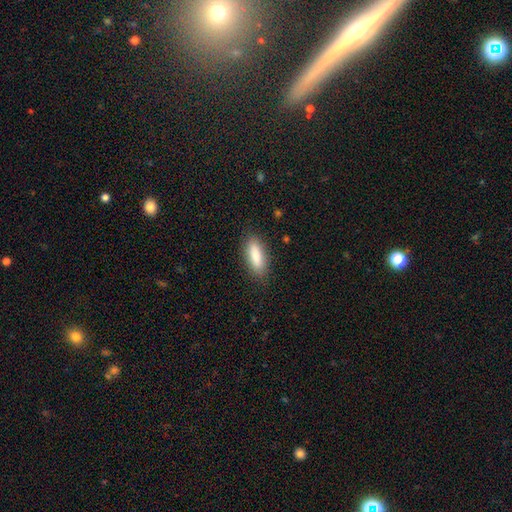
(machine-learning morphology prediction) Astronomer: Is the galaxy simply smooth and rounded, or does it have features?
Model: smooth — 84%.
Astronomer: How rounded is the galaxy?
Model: in between — 66%.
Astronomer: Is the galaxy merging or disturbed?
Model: none — 86%.